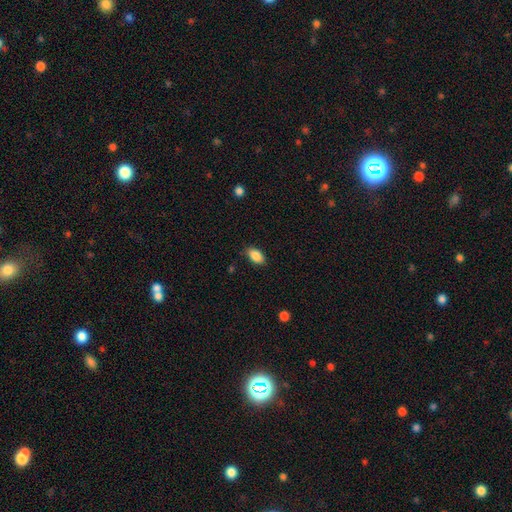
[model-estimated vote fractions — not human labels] smooth-or-featured: smooth: 88% | star or artifact: 7% | featured or disk: 5%
  how-rounded: in between: 92% | round: 5% | cigar-shaped: 3%
  merging: none: 84% | minor disturbance: 12% | major disturbance: 2% | merger: 1%